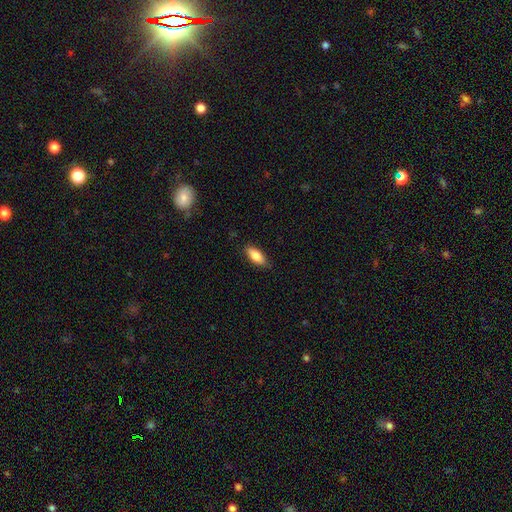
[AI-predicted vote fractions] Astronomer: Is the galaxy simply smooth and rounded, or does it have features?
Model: smooth — 82%.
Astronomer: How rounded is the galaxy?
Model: in between — 80%.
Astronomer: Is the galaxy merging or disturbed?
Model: none — 83%.